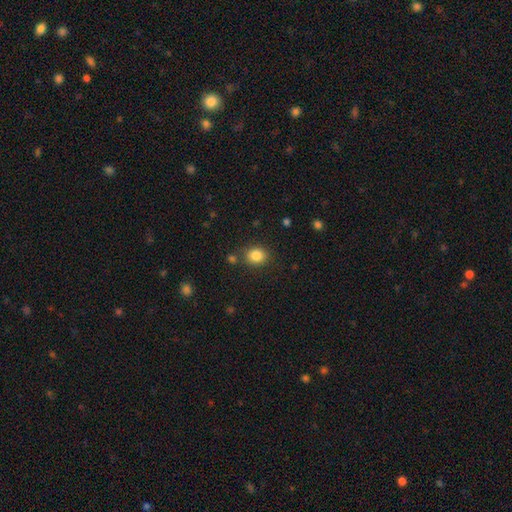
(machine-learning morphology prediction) Smooth or featured: smooth — 85% (star or artifact — 10%)
How rounded: round — 67% (in between — 32%)
Merging: none — 81% (minor disturbance — 10%)